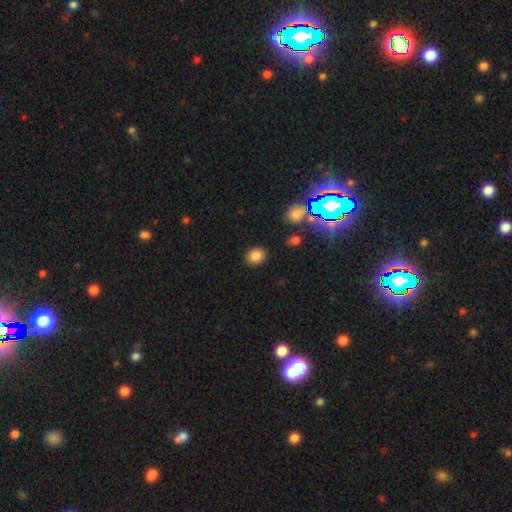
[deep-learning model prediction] smooth 82%, star or artifact 12%, featured or disk 6%. Down the decision tree: how rounded — in between (52%); merging — none (87%).